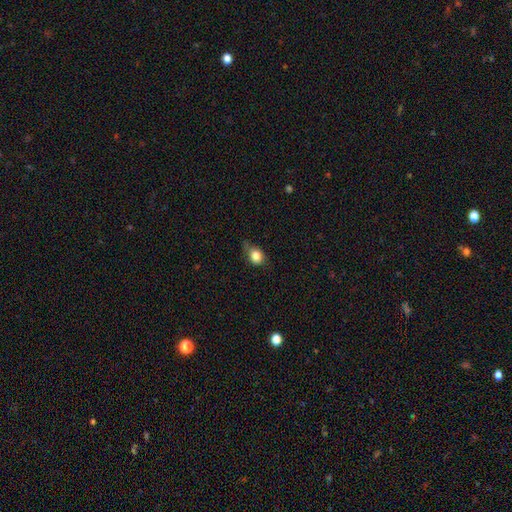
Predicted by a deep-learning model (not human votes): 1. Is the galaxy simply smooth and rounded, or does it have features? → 82% smooth, 9% star or artifact, 9% featured or disk.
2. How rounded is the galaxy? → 54% round, 44% in between, 2% cigar-shaped.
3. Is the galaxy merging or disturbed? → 55% none, 34% minor disturbance, 9% major disturbance, 2% merger.